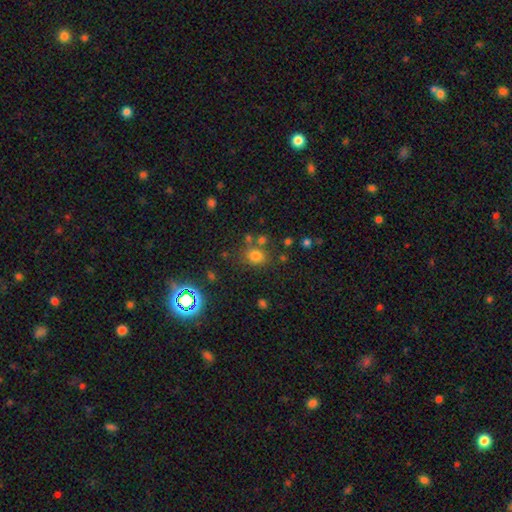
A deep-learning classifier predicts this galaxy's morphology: Smooth or featured? smooth (74%)
How rounded? round (65%)
Merging? none (69%)